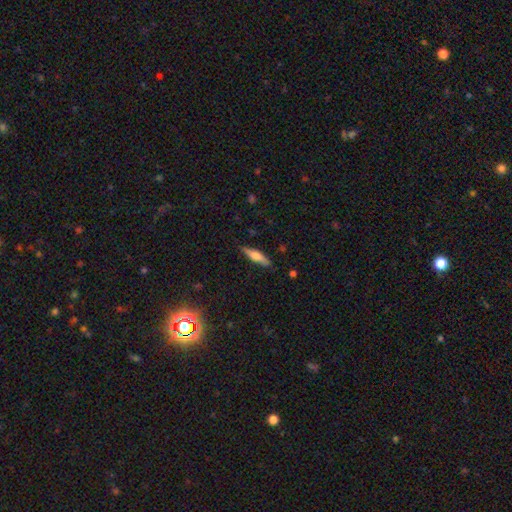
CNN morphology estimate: Overall: smooth (57%; featured or disk 36%). How rounded: cigar-shaped (76%). Merging: none (86%).